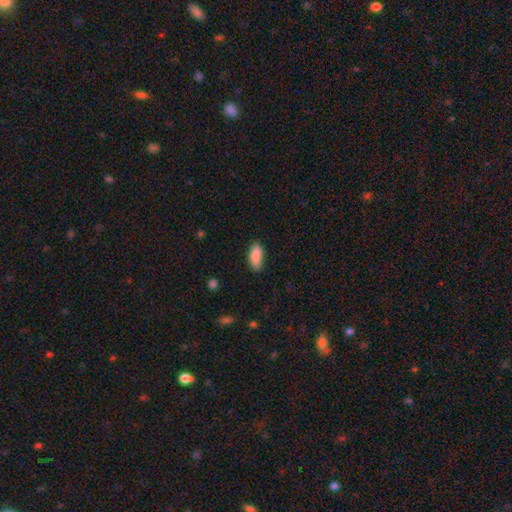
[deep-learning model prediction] Smooth or featured?
  - smooth: 89% *
  - star or artifact: 6%
  - featured or disk: 4%
How rounded?
  - in between: 82% *
  - cigar-shaped: 17%
  - round: 2%
Merging?
  - none: 85% *
  - minor disturbance: 12%
  - major disturbance: 2%
  - merger: 1%